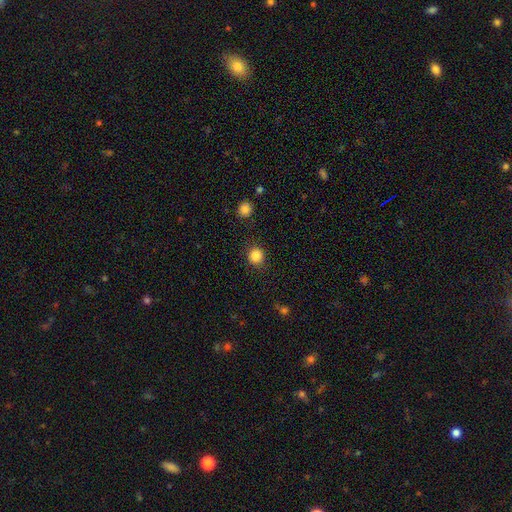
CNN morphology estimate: smooth-or-featured: smooth: 86% | star or artifact: 11% | featured or disk: 3%
  how-rounded: round: 89% | in between: 10% | cigar-shaped: 1%
  merging: none: 88% | minor disturbance: 8% | major disturbance: 3% | merger: 2%